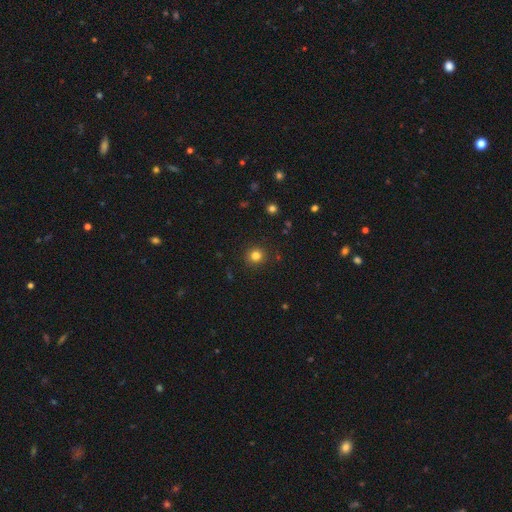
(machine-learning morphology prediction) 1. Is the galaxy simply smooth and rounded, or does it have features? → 81% smooth, 13% star or artifact, 5% featured or disk.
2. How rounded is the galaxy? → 93% round, 6% in between, 1% cigar-shaped.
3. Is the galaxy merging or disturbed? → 91% none, 6% minor disturbance, 2% major disturbance, 1% merger.